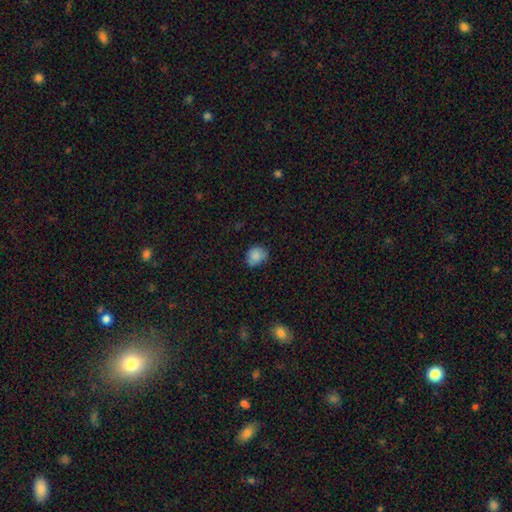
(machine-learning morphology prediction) type=smooth (85%); roundness=round (59%); merging=none (64%).